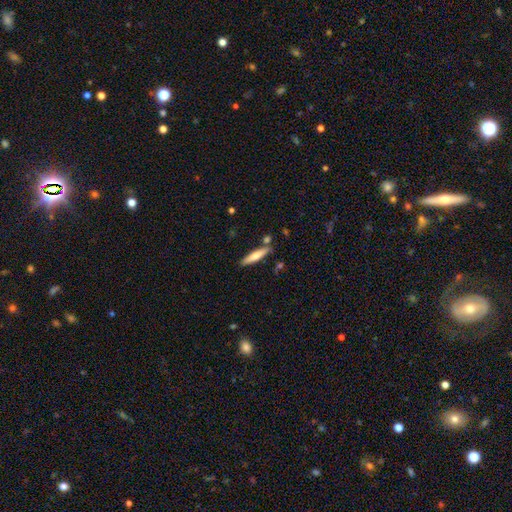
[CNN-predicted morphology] Smooth or featured: smooth — 66% (featured or disk — 29%)
How rounded: cigar-shaped — 84% (in between — 14%)
Merging: none — 80% (minor disturbance — 12%)